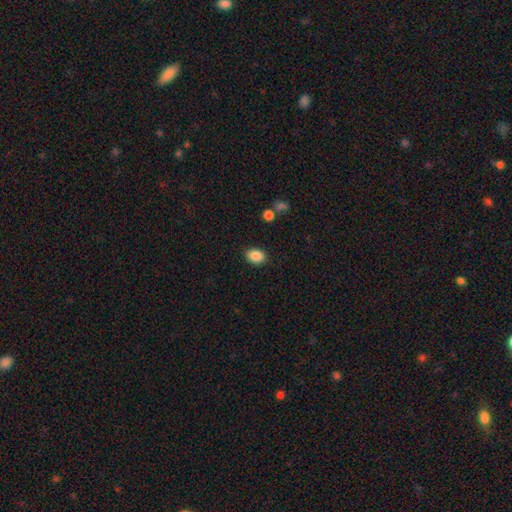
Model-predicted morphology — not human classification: A smooth galaxy with no disk features (88%) that is in between round and cigar-shaped (72%). Merging: none (87%).